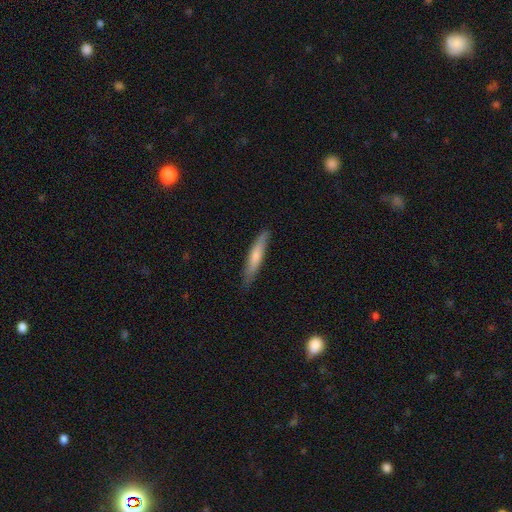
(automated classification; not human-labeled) Overall: featured or disk (47%; smooth 45%). Merging: none (87%).